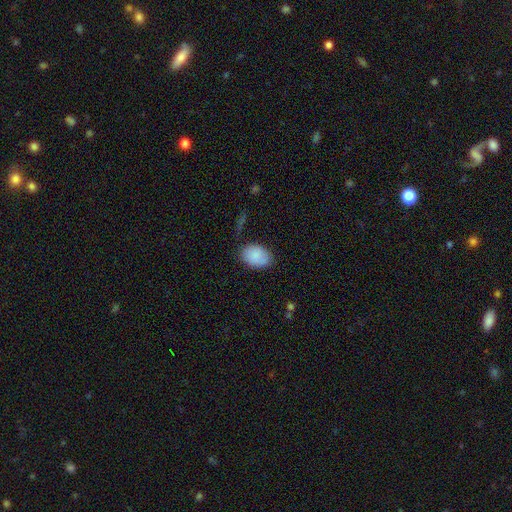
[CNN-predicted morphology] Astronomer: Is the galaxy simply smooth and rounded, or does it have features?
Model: smooth — 87%.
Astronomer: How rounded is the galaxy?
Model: in between — 78%.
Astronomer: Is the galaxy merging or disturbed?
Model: none — 74%.